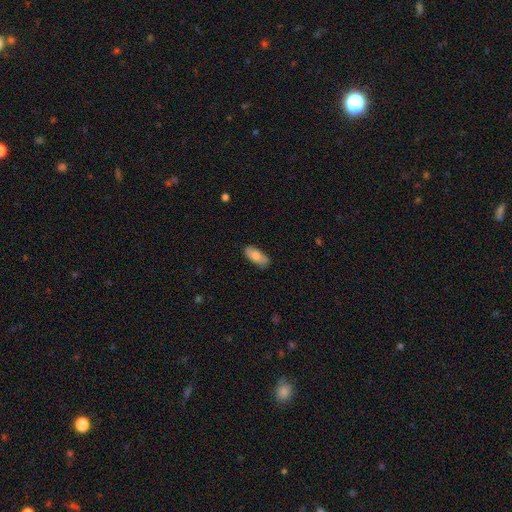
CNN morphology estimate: Smooth or featured? smooth (77%)
How rounded? in between (83%)
Merging? none (79%)